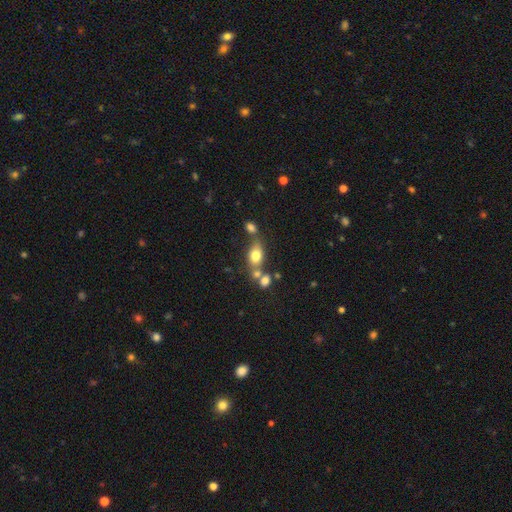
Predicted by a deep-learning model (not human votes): A smooth galaxy with no disk features (74%) that is in between round and cigar-shaped (75%).

Vote fractions:
- Smooth or featured? smooth: 74% / featured or disk: 15% / star or artifact: 11%
- How rounded? in between: 75% / round: 21% / cigar-shaped: 5%
- Merging? none: 47% / merger: 33% / minor disturbance: 14% / major disturbance: 6%